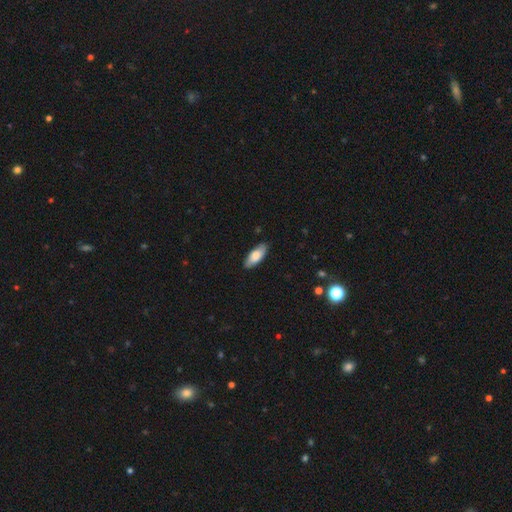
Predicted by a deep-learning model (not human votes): Q: Smooth or featured?
A: smooth (76%); runner-up: featured or disk (18%)
Q: How rounded?
A: in between (81%); runner-up: cigar-shaped (17%)
Q: Merging?
A: none (86%); runner-up: minor disturbance (11%)